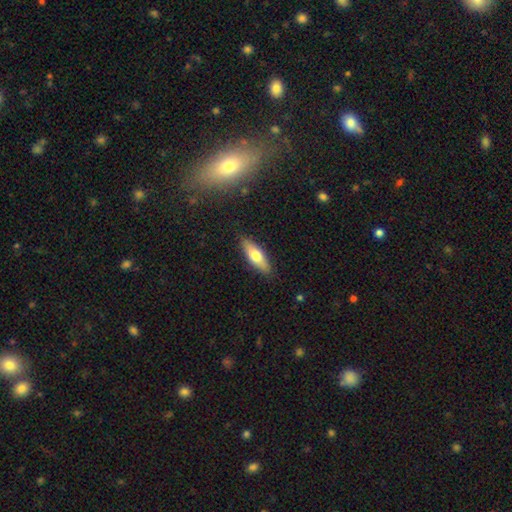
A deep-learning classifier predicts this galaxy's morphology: Smooth or featured? smooth (60%)
How rounded? in between (54%)
Merging? none (88%)